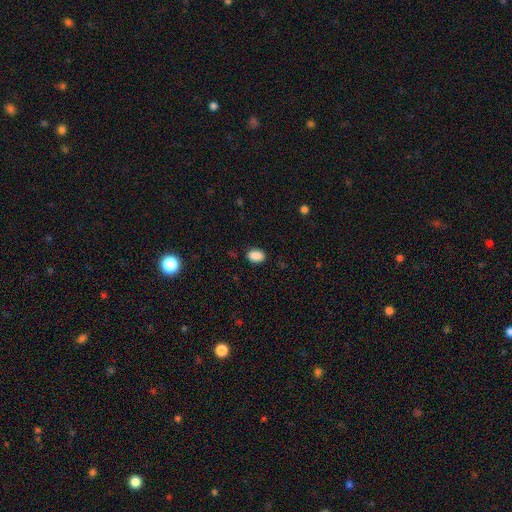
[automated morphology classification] The model was most divided on "how rounded": in between: 83%, round: 16%, cigar-shaped: 1%. More confident: smooth or featured — smooth (89%); merging — none (85%).